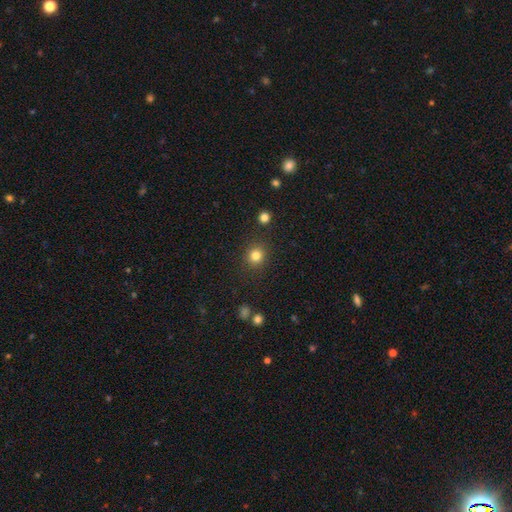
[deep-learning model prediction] Smooth or featured: smooth — 82% (star or artifact — 13%)
How rounded: round — 90% (in between — 9%)
Merging: none — 89% (minor disturbance — 7%)